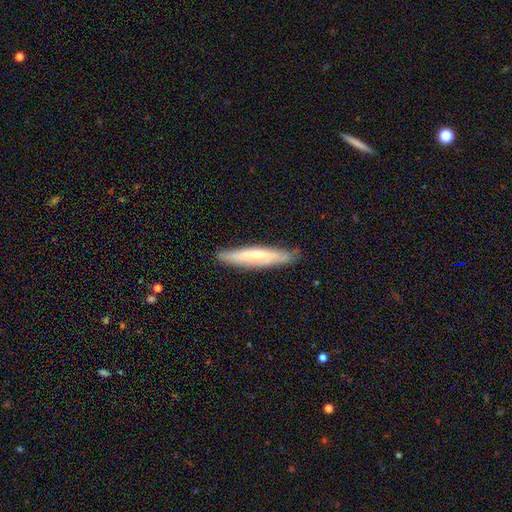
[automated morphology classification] smooth-or-featured: smooth: 48% | featured or disk: 46% | star or artifact: 6%
  merging: none: 83% | minor disturbance: 14% | major disturbance: 2% | merger: 1%